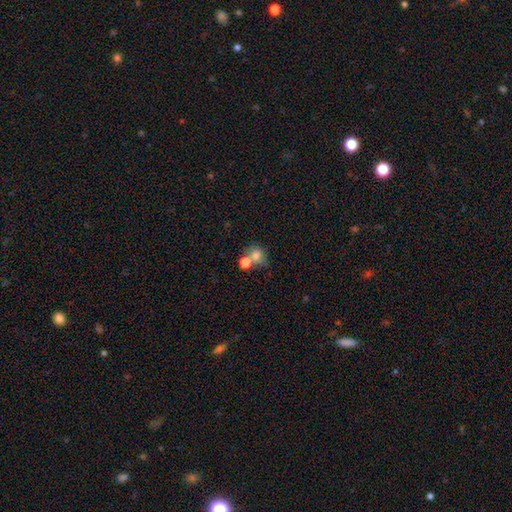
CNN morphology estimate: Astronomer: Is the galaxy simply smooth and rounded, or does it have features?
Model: smooth — 76%.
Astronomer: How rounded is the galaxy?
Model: round — 74%.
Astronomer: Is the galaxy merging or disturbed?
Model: merger — 45% (runner-up: none, 40%).